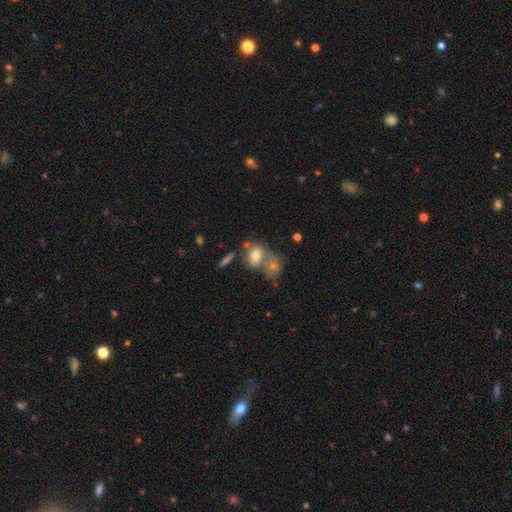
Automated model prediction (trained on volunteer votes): This is likely a smooth galaxy (71%). How rounded: likely in between (66%). Merging: possibly merger (49%).